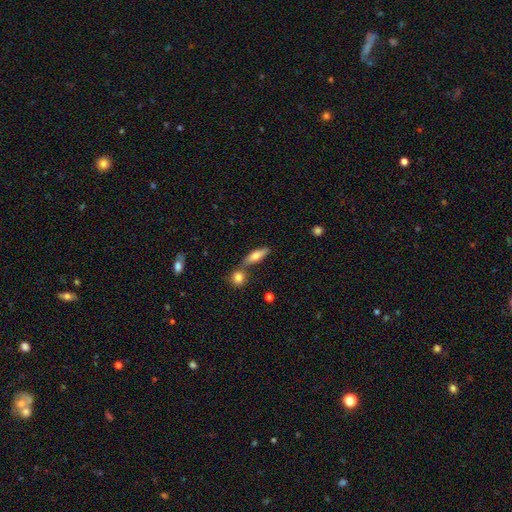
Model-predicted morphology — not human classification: Smooth or featured? Predicted: smooth (p=0.70). How rounded? Predicted: in between (p=0.53). Merging? Predicted: none (p=0.60).